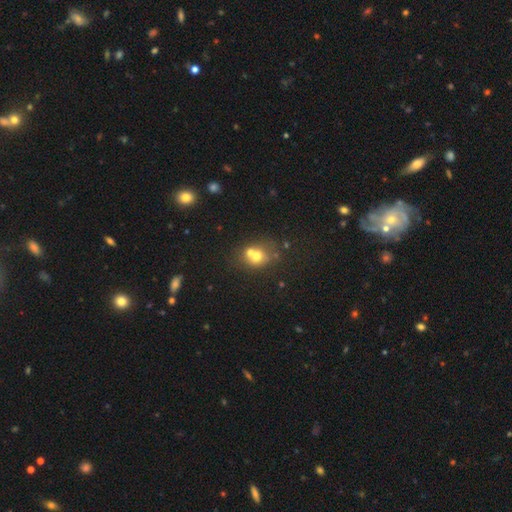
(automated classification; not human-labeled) A smooth galaxy with no disk features (62%) that is round (65%).

Vote fractions:
- Smooth or featured? smooth: 62% / featured or disk: 24% / star or artifact: 15%
- How rounded? round: 65% / in between: 34% / cigar-shaped: 1%
- Merging? merger: 48% / none: 38% / minor disturbance: 9% / major disturbance: 4%